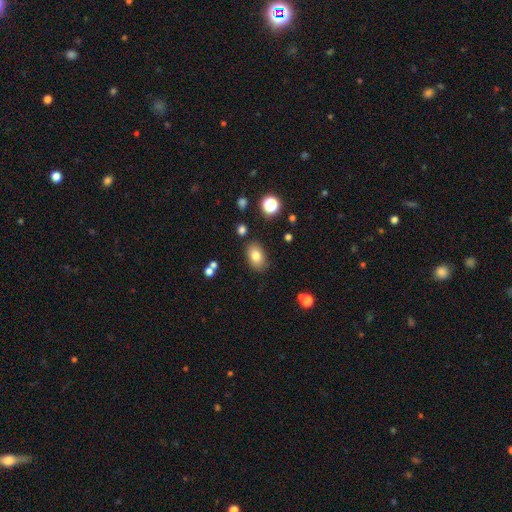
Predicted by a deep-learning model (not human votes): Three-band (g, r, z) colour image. It shows a smooth galaxy with no disk features (80%) that is in between round and cigar-shaped (84%). Merging: none (83%).